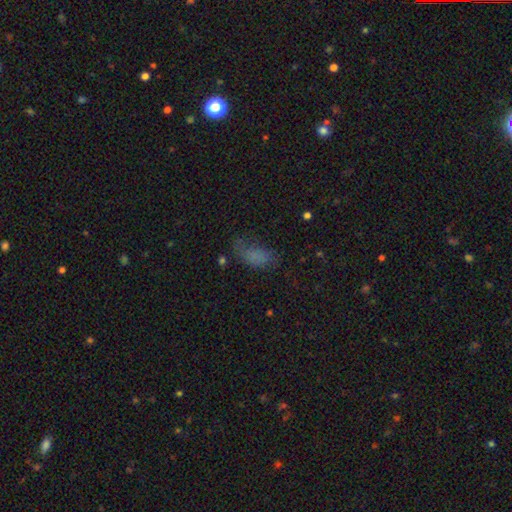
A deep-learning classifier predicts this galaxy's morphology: Smooth or featured: smooth — 67% (star or artifact — 17%)
How rounded: in between — 89% (cigar-shaped — 7%)
Merging: none — 42% (minor disturbance — 29%)